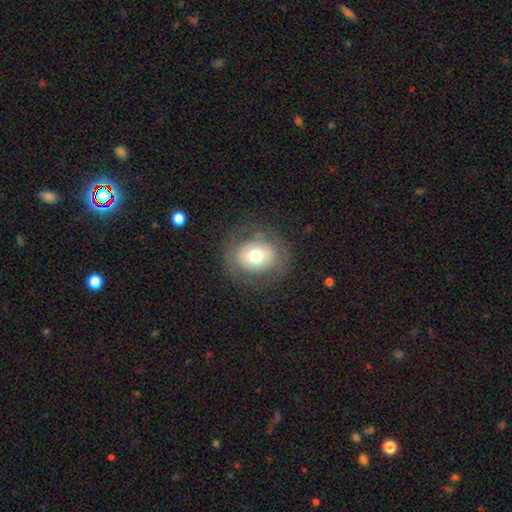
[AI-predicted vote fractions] Smooth or featured: smooth — 62% (featured or disk — 27%)
How rounded: round — 71% (in between — 28%)
Merging: none — 78% (minor disturbance — 13%)